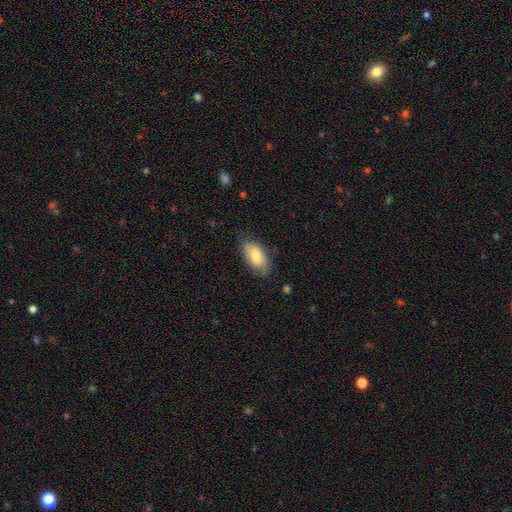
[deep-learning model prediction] Overall: smooth (72%). How rounded: in between (92%). Merging: none (71%).